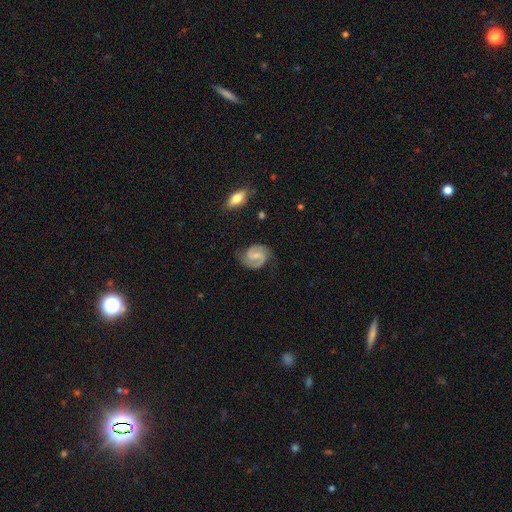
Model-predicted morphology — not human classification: This is clearly a featured or disk galaxy (80%). It is clearly not viewed edge-on (98%). Bar: possibly weak (55%). Spiral arm pattern: clearly yes (96%). Spiral arm count: clearly 2 (90%). Spiral winding: possibly medium (52%). Central bulge: possibly small (46%). Merging: likely none (77%).